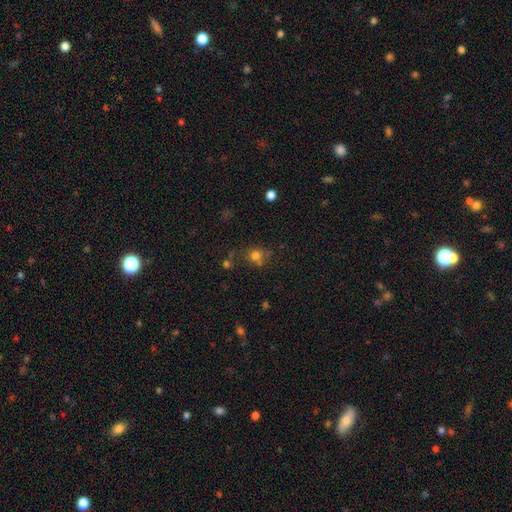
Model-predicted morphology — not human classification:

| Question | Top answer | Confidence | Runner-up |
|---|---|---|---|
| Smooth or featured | smooth | 74% | star or artifact (16%) |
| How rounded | round | 79% | in between (20%) |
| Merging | none | 59% | merger (18%) |